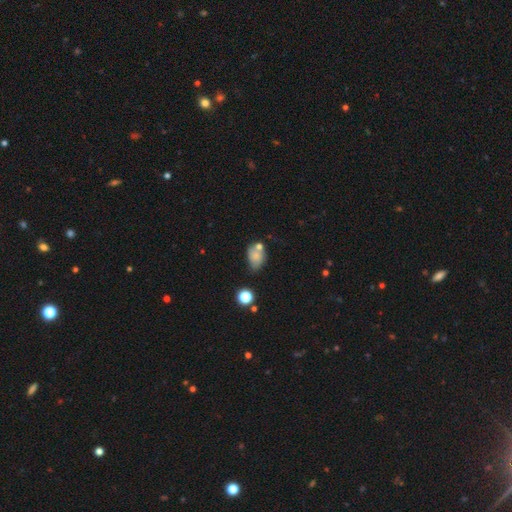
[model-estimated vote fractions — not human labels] smooth_or_featured: smooth (p=0.70) [alt: featured or disk p=0.18]
how_rounded: in between (p=0.77) [alt: round p=0.21]
merging: none (p=0.45) [alt: minor disturbance p=0.25]